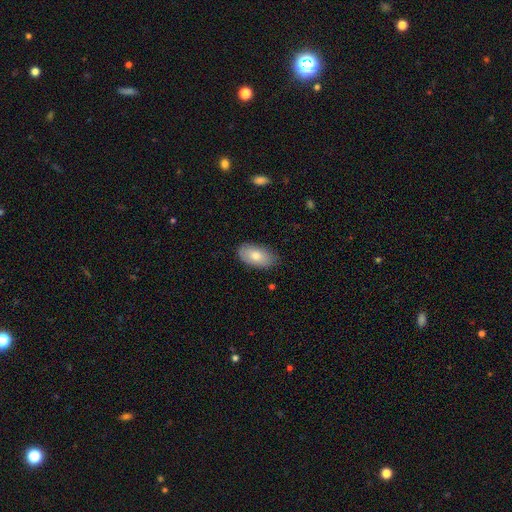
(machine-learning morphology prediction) Q: Smooth or featured?
A: smooth (76%); runner-up: featured or disk (18%)
Q: How rounded?
A: in between (94%); runner-up: round (4%)
Q: Merging?
A: none (81%); runner-up: minor disturbance (15%)